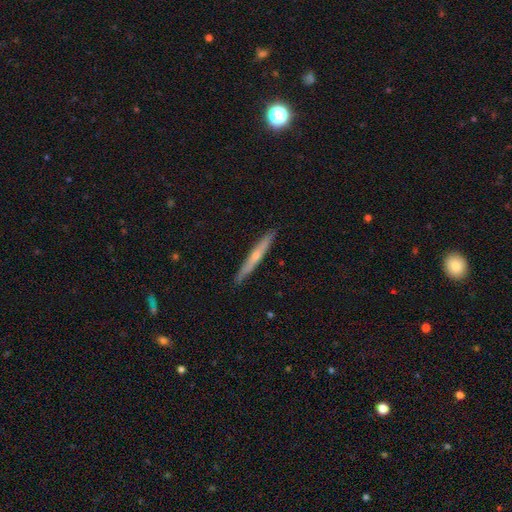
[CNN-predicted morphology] A featured or disk galaxy (57%) viewed edge-on (96%) with a rounded central bulge (63%).

Vote fractions:
- Smooth or featured? featured or disk: 57% / smooth: 37% / star or artifact: 6%
- Edge-on disk? yes: 96% / no: 4%
- Edge-on bulge? rounded: 63% / none: 34% / boxy: 3%
- Merging? none: 91% / minor disturbance: 7% / major disturbance: 1% / merger: 1%